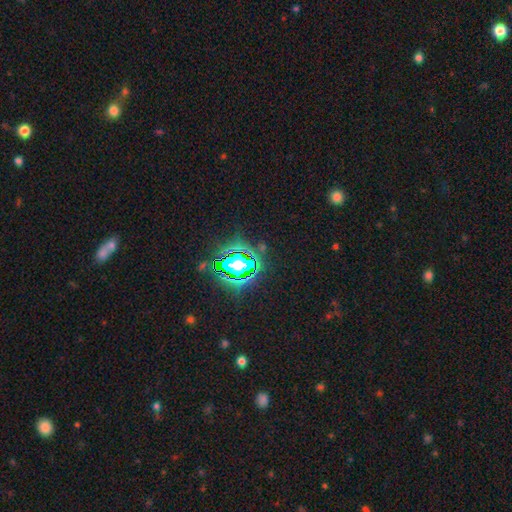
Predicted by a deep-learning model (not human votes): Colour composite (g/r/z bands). It shows a star or artifact, not a galaxy (82%).